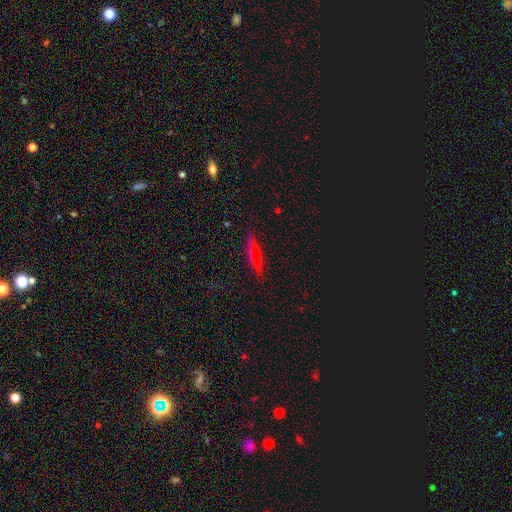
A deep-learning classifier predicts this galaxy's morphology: Smooth or featured? smooth (56%)
How rounded? cigar-shaped (65%)
Merging? none (83%)